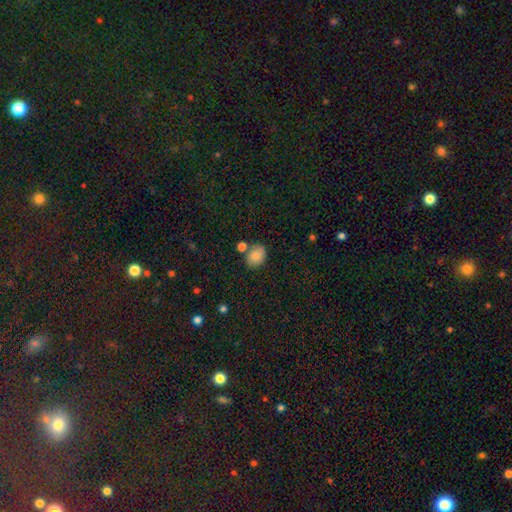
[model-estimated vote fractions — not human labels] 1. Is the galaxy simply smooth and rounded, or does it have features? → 82% smooth, 10% featured or disk, 9% star or artifact.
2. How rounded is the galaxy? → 58% in between, 41% round, 1% cigar-shaped.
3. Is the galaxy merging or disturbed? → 65% none, 17% merger, 15% minor disturbance, 4% major disturbance.